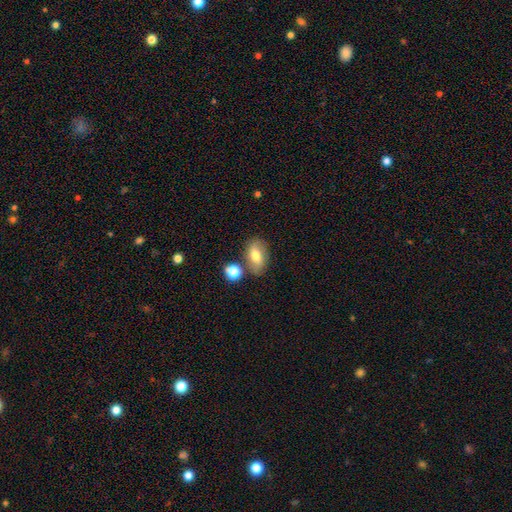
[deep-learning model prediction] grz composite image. It shows a smooth galaxy with no disk features (67%) that is in between round and cigar-shaped (86%). Merging: none (69%).